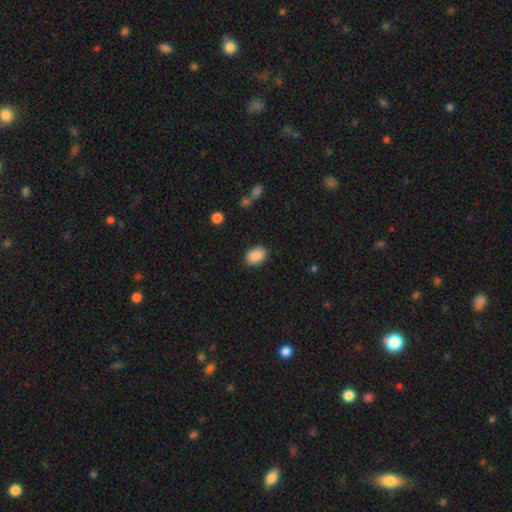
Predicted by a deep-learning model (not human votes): Smooth or featured?
  - smooth: 90% *
  - star or artifact: 7%
  - featured or disk: 3%
How rounded?
  - in between: 79% *
  - round: 20%
  - cigar-shaped: 1%
Merging?
  - none: 86% *
  - minor disturbance: 10%
  - major disturbance: 3%
  - merger: 1%